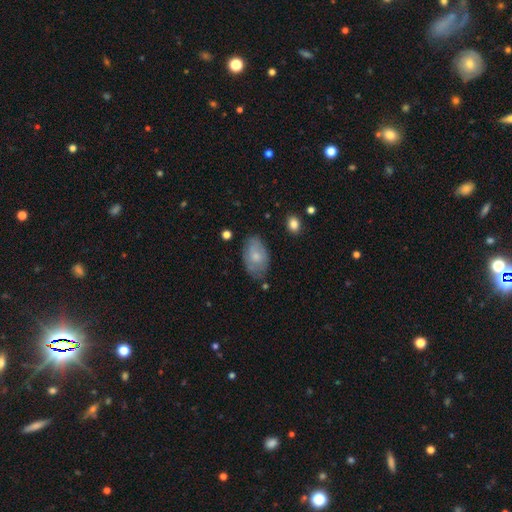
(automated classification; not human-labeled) This is likely a smooth galaxy (62%). How rounded: clearly in between (91%). Merging: likely none (69%).